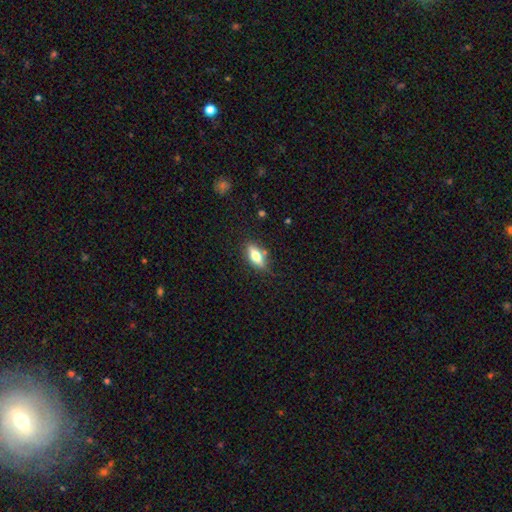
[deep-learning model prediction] smooth 60%, featured or disk 33%, star or artifact 8%. Down the decision tree: how rounded — in between (69%); merging — none (75%).